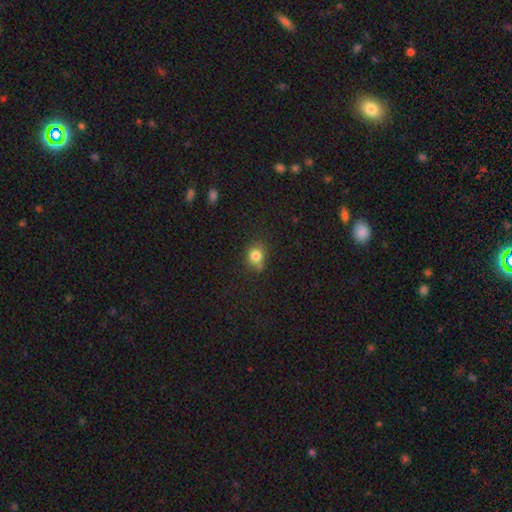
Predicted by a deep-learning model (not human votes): Smooth or featured: smooth — 81% (star or artifact — 12%)
How rounded: round — 68% (in between — 30%)
Merging: none — 63% (minor disturbance — 26%)